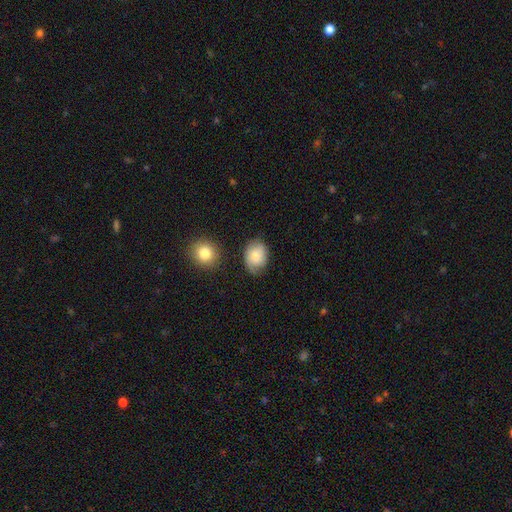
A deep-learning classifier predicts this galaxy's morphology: Smooth or featured? smooth (78%)
How rounded? in between (63%)
Merging? none (67%)